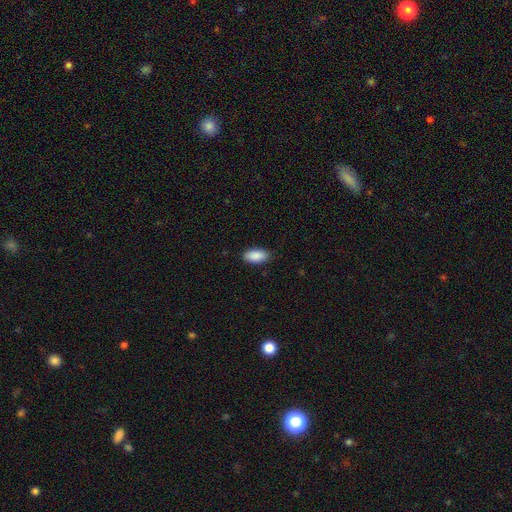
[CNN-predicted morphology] smooth-or-featured: smooth: 90% | star or artifact: 6% | featured or disk: 4%
  how-rounded: in between: 93% | cigar-shaped: 5% | round: 2%
  merging: none: 86% | minor disturbance: 11% | major disturbance: 2% | merger: 1%